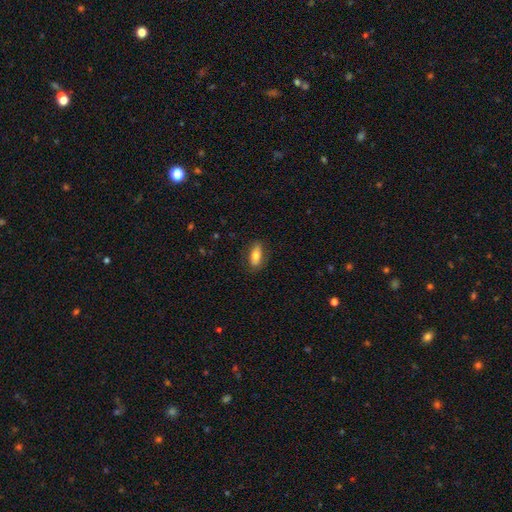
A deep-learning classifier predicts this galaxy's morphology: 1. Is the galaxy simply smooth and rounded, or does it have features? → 73% smooth, 20% featured or disk, 7% star or artifact.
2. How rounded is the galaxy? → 83% in between, 14% cigar-shaped, 3% round.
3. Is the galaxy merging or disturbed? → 81% none, 14% minor disturbance, 4% major disturbance, 1% merger.